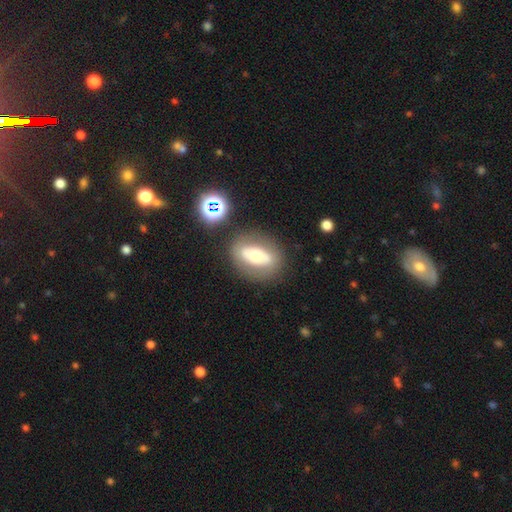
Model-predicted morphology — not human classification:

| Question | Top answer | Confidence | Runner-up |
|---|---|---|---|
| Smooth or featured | featured or disk | 47% | smooth (43%) |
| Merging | none | 77% | minor disturbance (12%) |